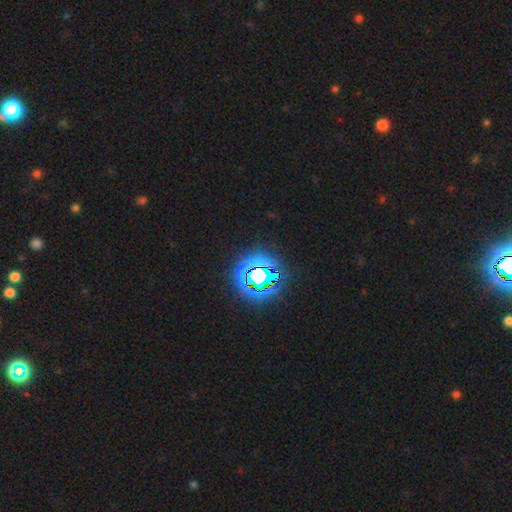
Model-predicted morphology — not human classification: type=star or artifact (84%).